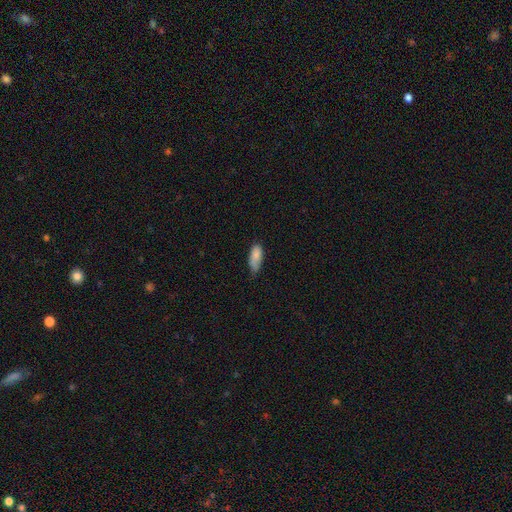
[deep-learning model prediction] Overall: smooth (83%). How rounded: in between (80%). Merging: none (50%; minor disturbance 40%).